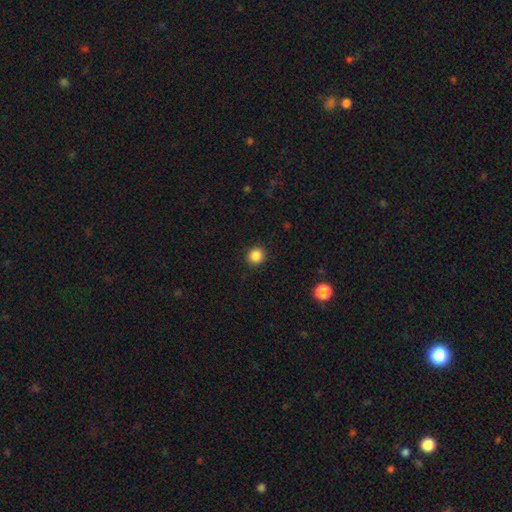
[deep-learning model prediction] Morphology: type=smooth (86%); roundness=round (92%); merging=none (92%).